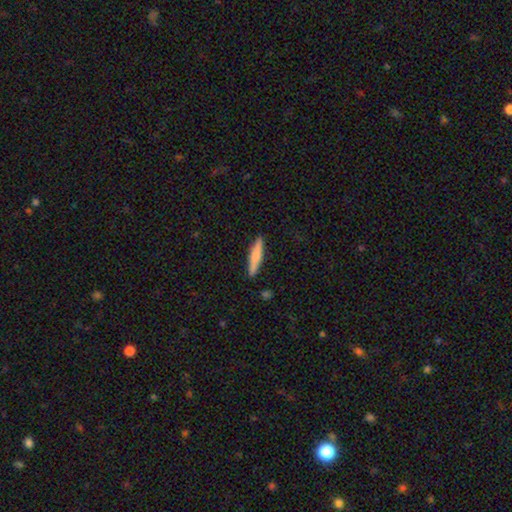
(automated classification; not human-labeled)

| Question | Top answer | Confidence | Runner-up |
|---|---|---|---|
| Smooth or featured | smooth | 68% | featured or disk (27%) |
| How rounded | cigar-shaped | 88% | in between (10%) |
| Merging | none | 88% | minor disturbance (9%) |